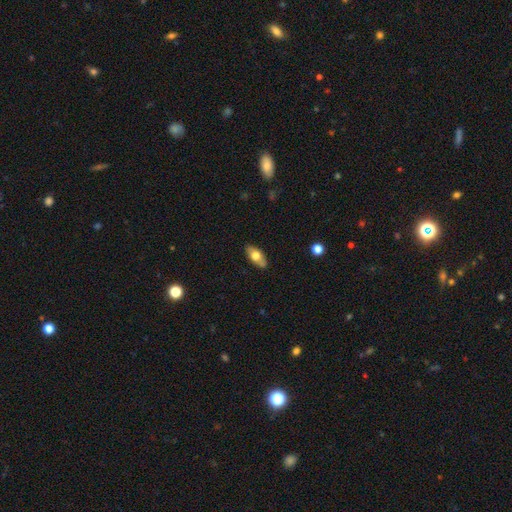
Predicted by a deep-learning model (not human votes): The model was most divided on "smooth or featured": smooth: 63%, featured or disk: 31%, star or artifact: 6%. More confident: how rounded — in between (85%); merging — none (84%).